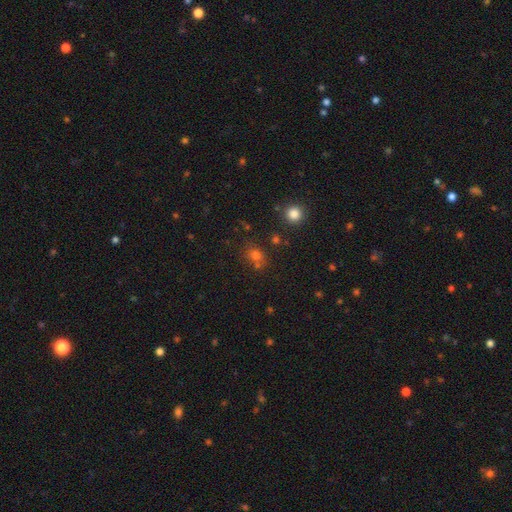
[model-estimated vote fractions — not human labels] smooth-or-featured: smooth: 67% | star or artifact: 24% | featured or disk: 9%
  how-rounded: round: 72% | in between: 27% | cigar-shaped: 1%
  merging: none: 64% | merger: 21% | minor disturbance: 11% | major disturbance: 4%